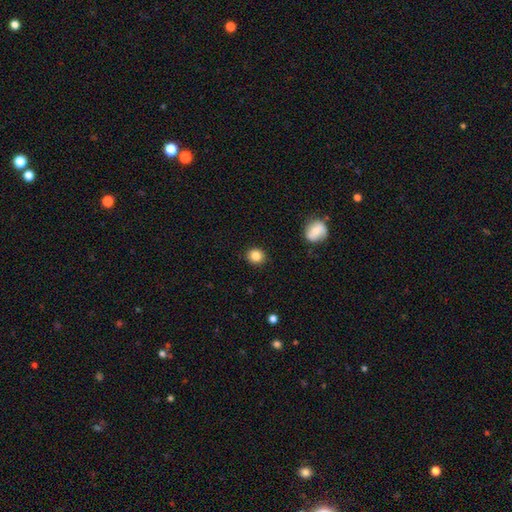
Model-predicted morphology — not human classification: Smooth or featured: smooth — 85% (star or artifact — 10%)
How rounded: round — 84% (in between — 16%)
Merging: none — 90% (minor disturbance — 6%)